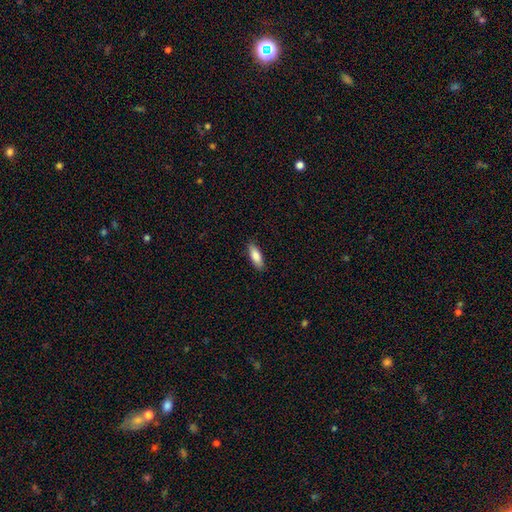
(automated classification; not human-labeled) A smooth galaxy with no disk features (84%) that is in between round and cigar-shaped (63%).

Vote fractions:
- Smooth or featured? smooth: 84% / featured or disk: 10% / star or artifact: 6%
- How rounded? in between: 63% / cigar-shaped: 35% / round: 2%
- Merging? none: 88% / minor disturbance: 9% / major disturbance: 2% / merger: 1%